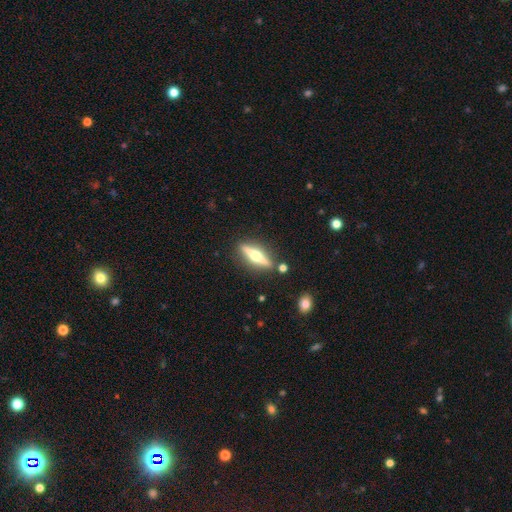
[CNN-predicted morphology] This is likely a featured or disk galaxy (74%). It is clearly viewed edge-on (96%). Edge-on bulge: clearly rounded (96%). Merging: clearly none (87%).